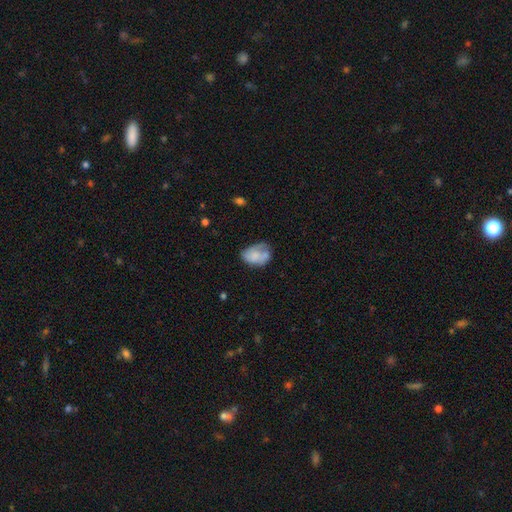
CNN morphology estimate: This is likely a smooth galaxy (63%). How rounded: likely in between (78%). Merging: marginally none (38%).